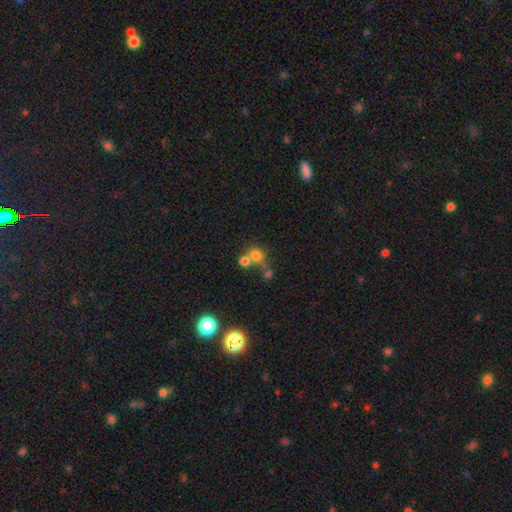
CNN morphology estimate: Smooth or featured? Predicted: smooth (p=0.72). How rounded? Predicted: round (p=0.85). Merging? Predicted: none (p=0.48).